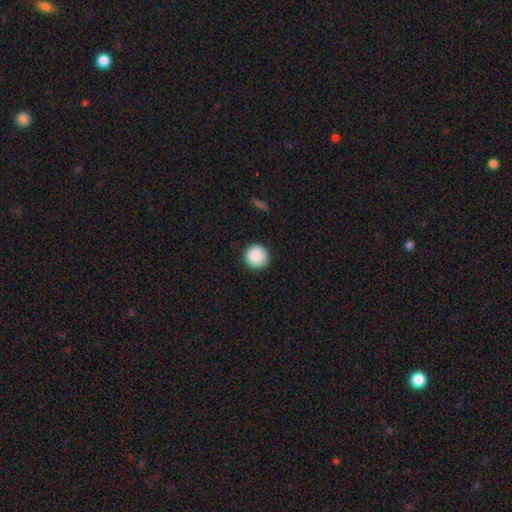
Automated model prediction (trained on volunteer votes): This is clearly a smooth galaxy (89%). How rounded: clearly round (96%). Merging: clearly none (92%).